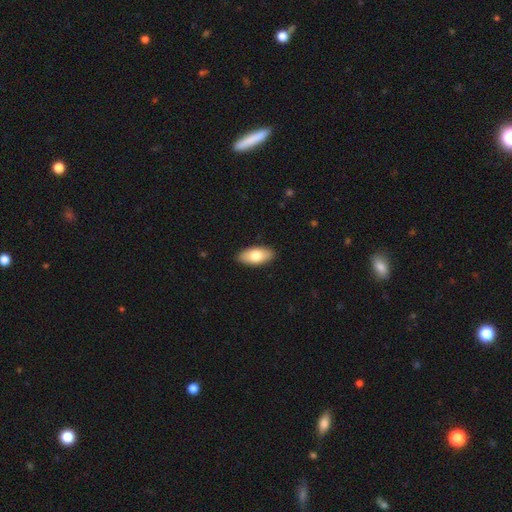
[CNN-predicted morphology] Smooth or featured?
  - smooth: 75% *
  - featured or disk: 19%
  - star or artifact: 6%
How rounded?
  - in between: 92% *
  - cigar-shaped: 5%
  - round: 3%
Merging?
  - none: 89% *
  - minor disturbance: 8%
  - major disturbance: 2%
  - merger: 1%